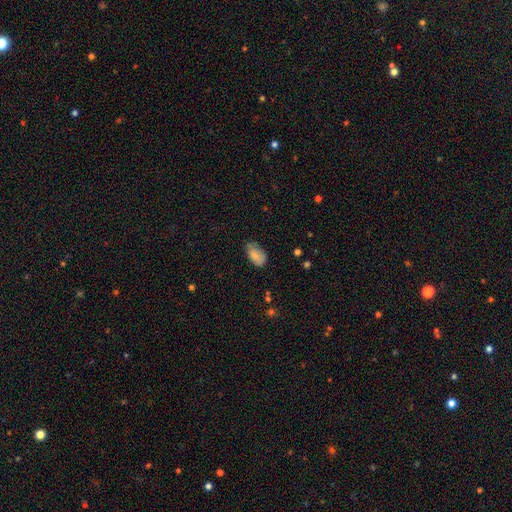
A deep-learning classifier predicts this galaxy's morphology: smooth-or-featured: smooth: 80% | featured or disk: 13% | star or artifact: 8%
  how-rounded: in between: 93% | round: 5% | cigar-shaped: 2%
  merging: none: 59% | minor disturbance: 32% | major disturbance: 8% | merger: 2%